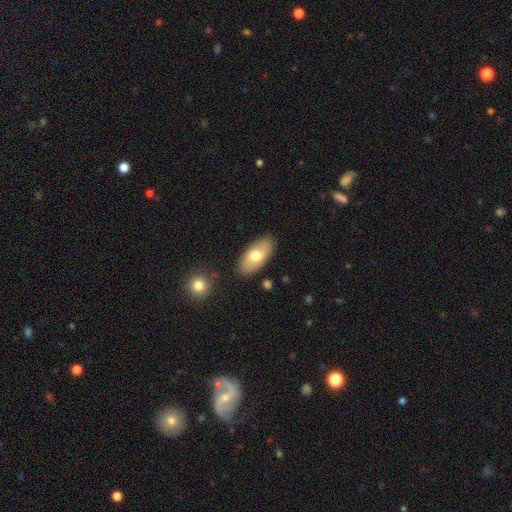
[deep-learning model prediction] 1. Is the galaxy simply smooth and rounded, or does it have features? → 68% smooth, 26% featured or disk, 6% star or artifact.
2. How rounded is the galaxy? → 92% in between, 5% cigar-shaped, 3% round.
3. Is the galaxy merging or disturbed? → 85% none, 10% minor disturbance, 2% major disturbance, 2% merger.